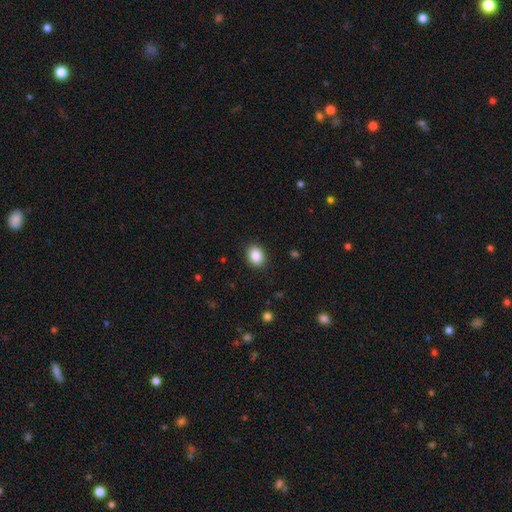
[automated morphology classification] This appears to be a smooth galaxy with no disk features (88%) that is in between round and cigar-shaped (55%). Merging: none (89%).